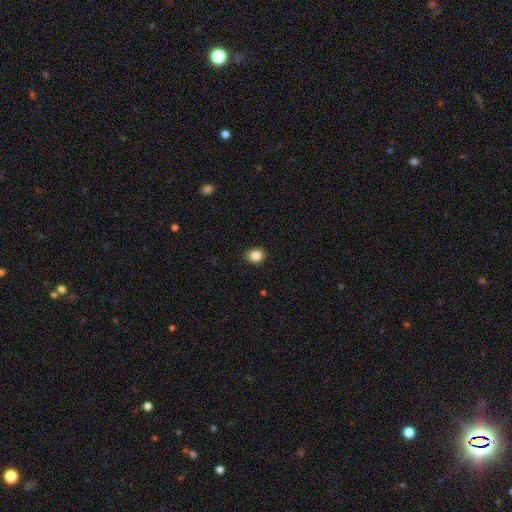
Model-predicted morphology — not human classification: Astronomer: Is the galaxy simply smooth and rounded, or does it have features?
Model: smooth — 86%.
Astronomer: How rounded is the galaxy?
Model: round — 70%.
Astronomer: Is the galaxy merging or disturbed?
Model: none — 89%.